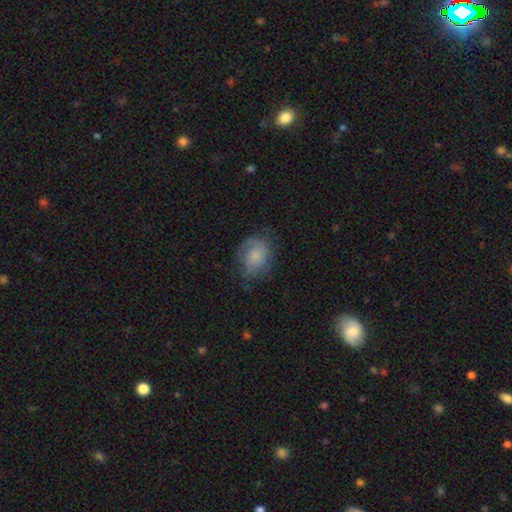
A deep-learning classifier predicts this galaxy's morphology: A smooth galaxy with no disk features (56%) that is in between round and cigar-shaped (54%). Merging: none (55%).